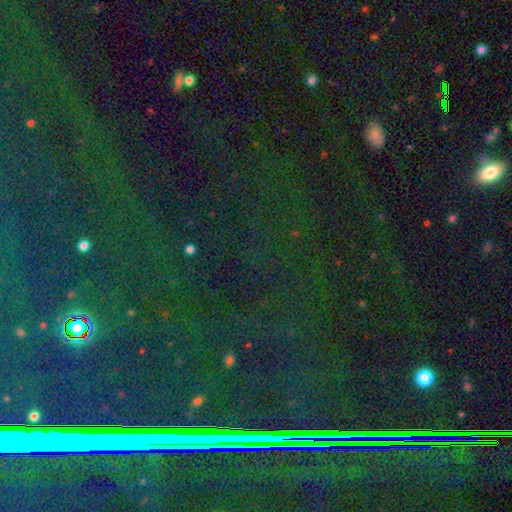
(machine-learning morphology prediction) Q: Smooth or featured?
A: star or artifact (85%); runner-up: featured or disk (8%)